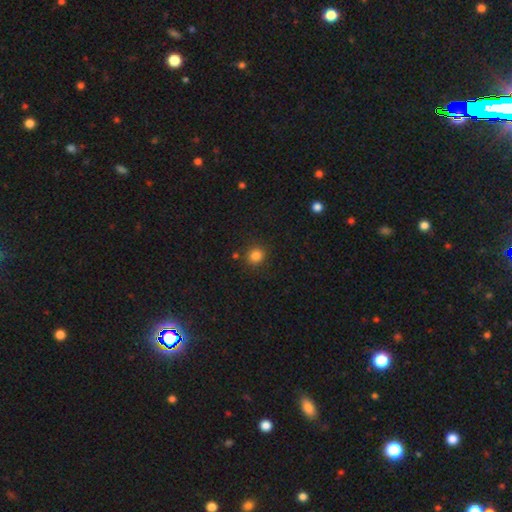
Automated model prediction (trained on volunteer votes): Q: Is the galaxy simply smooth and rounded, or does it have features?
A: smooth — 84%.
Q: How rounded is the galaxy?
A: round — 82%.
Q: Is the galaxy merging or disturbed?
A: none — 86%.